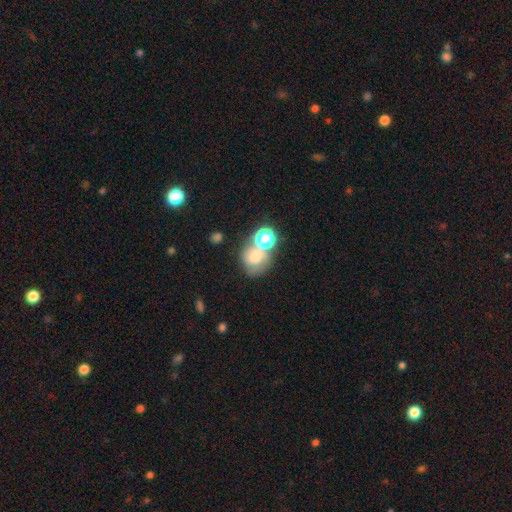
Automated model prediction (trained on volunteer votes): This appears to be a smooth galaxy with no disk features (59%) that is round (67%). Merging: merger (48%).